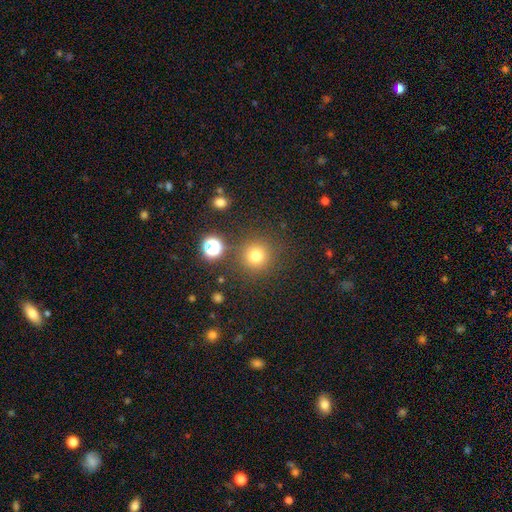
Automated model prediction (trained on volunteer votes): Morphology: type=smooth (75%); roundness=round (94%); merging=none (85%).